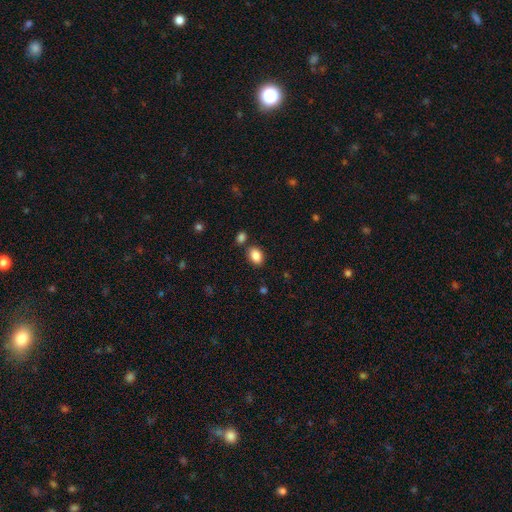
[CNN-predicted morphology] smooth_or_featured: smooth (p=0.87) [alt: star or artifact p=0.08]
how_rounded: in between (p=0.78) [alt: round p=0.21]
merging: none (p=0.77) [alt: minor disturbance p=0.11]